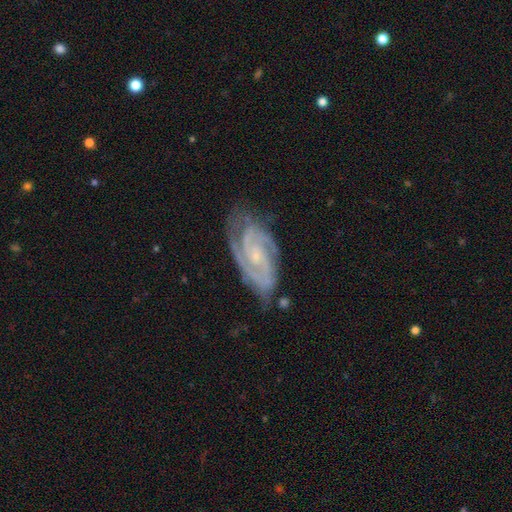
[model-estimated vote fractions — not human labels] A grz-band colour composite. It shows a featured or disk galaxy (88%) with no bar (53%), 2 (54%) tight (62%) spiral arms (98%) and a small central bulge (66%). Merging: none (73%).